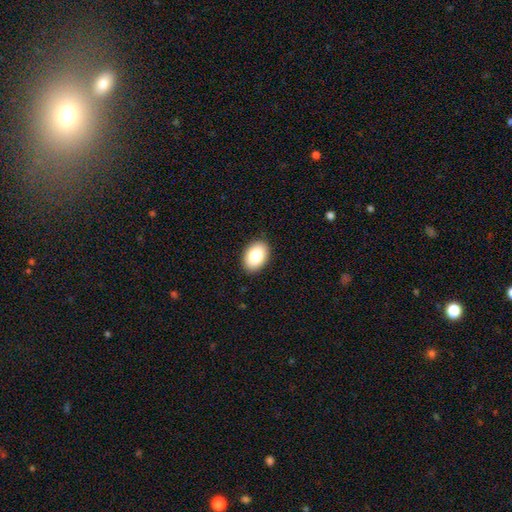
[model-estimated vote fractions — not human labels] smooth 85%, featured or disk 8%, star or artifact 7%. Down the decision tree: how rounded — in between (85%); merging — none (90%).